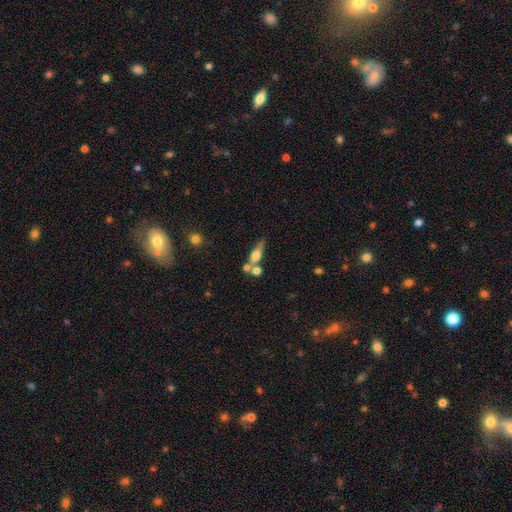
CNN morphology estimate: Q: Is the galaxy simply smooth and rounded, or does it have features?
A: smooth — 47%.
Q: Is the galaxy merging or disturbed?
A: none — 47%.